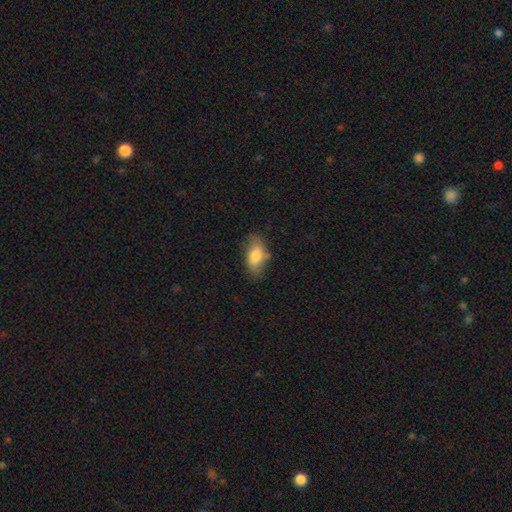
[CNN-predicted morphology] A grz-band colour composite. It shows a smooth galaxy with no disk features (79%) that is in between round and cigar-shaped (90%). Merging: none (68%).